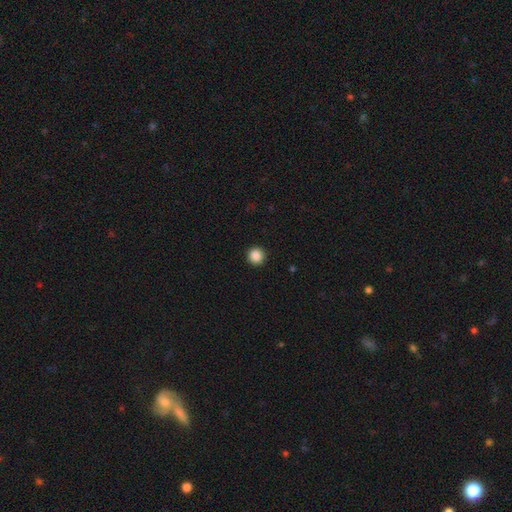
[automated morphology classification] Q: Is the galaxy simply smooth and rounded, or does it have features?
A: smooth — 88%.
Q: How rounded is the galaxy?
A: round — 95%.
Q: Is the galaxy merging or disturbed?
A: none — 93%.